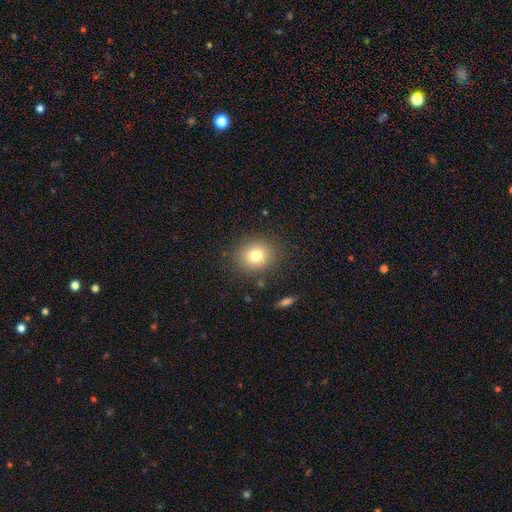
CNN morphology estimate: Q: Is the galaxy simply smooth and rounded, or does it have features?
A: smooth — 77%.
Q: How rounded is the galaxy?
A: round — 75%.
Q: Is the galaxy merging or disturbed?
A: none — 84%.